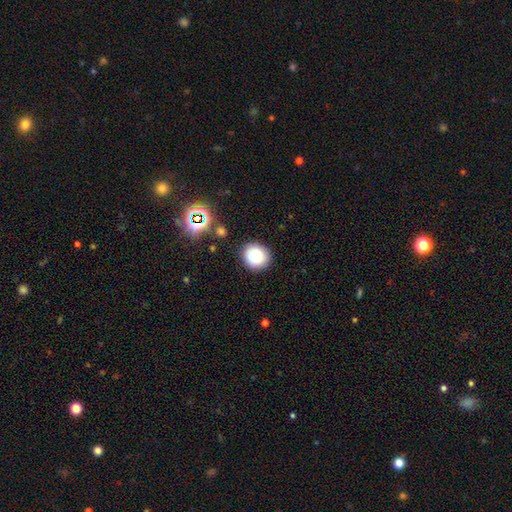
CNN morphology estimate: Smooth or featured? smooth (82%)
How rounded? round (82%)
Merging? none (85%)